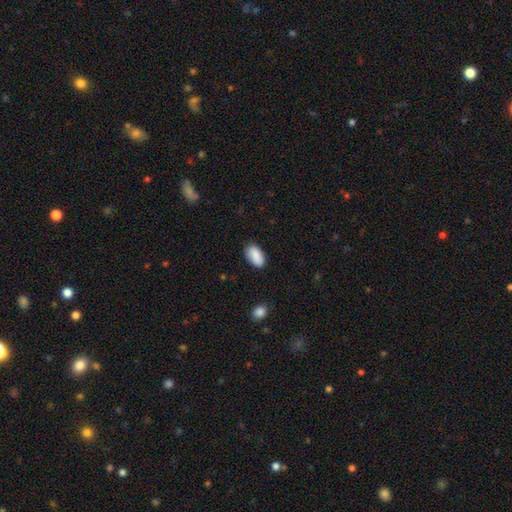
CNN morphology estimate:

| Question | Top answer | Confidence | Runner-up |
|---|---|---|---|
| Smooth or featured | smooth | 89% | star or artifact (7%) |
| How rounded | in between | 94% | round (3%) |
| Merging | none | 83% | minor disturbance (13%) |